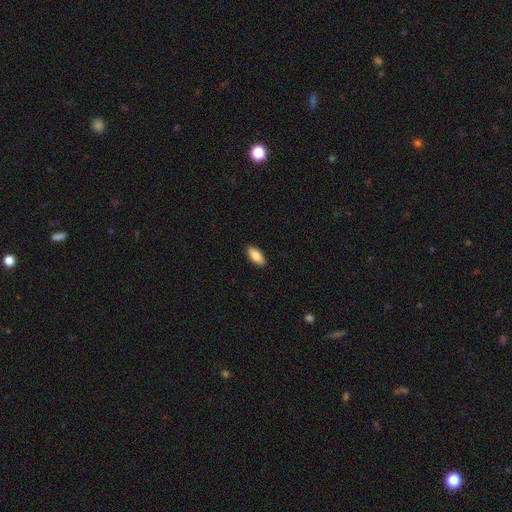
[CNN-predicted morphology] Smooth or featured? Predicted: smooth (p=0.85). How rounded? Predicted: in between (p=0.86). Merging? Predicted: none (p=0.89).